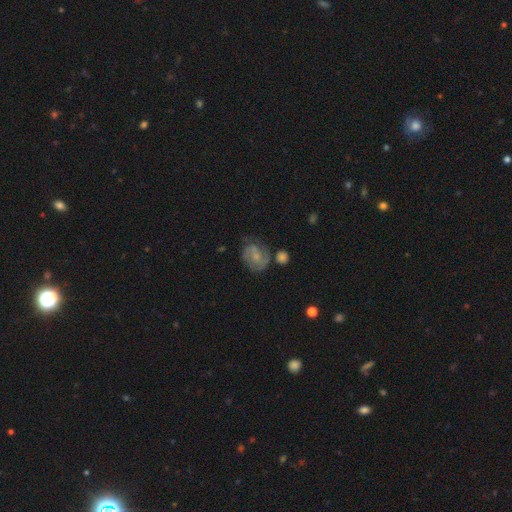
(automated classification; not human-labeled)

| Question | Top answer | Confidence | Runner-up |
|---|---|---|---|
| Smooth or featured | featured or disk | 60% | smooth (32%) |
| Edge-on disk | no | 98% | yes (2%) |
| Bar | no | 61% | weak (33%) |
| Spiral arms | yes | 81% | no (19%) |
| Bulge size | small | 59% | moderate (30%) |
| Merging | none | 57% | minor disturbance (24%) |